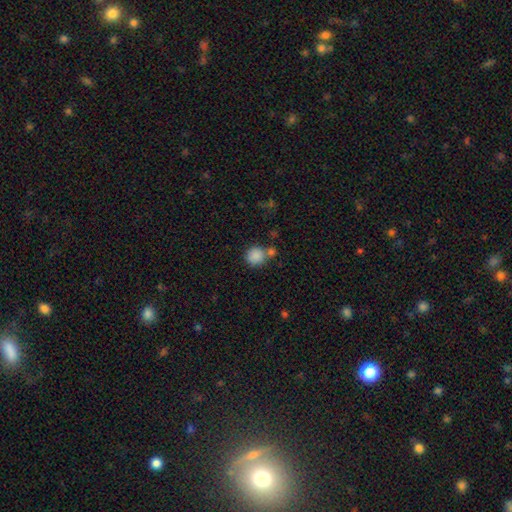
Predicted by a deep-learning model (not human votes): Smooth or featured: smooth — 86% (star or artifact — 10%)
How rounded: round — 89% (in between — 10%)
Merging: none — 62% (merger — 22%)